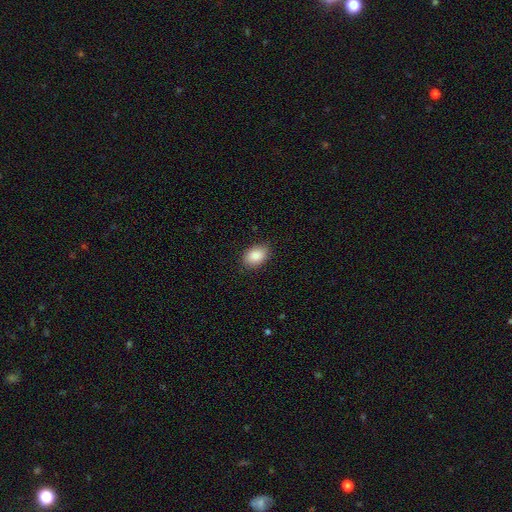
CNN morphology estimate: smooth_or_featured: smooth (p=0.89) [alt: star or artifact p=0.07]
how_rounded: in between (p=0.84) [alt: round p=0.15]
merging: none (p=0.86) [alt: minor disturbance p=0.10]